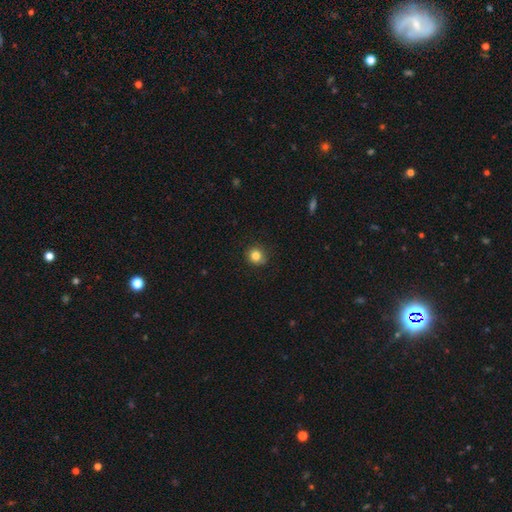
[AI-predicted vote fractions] This is clearly a smooth galaxy (83%). How rounded: clearly round (90%). Merging: clearly none (84%).